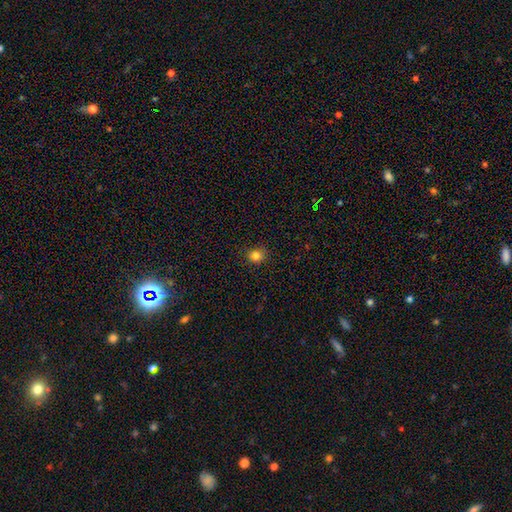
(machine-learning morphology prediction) smooth 82%, star or artifact 13%, featured or disk 5%. Down the decision tree: how rounded — round (84%); merging — none (89%).